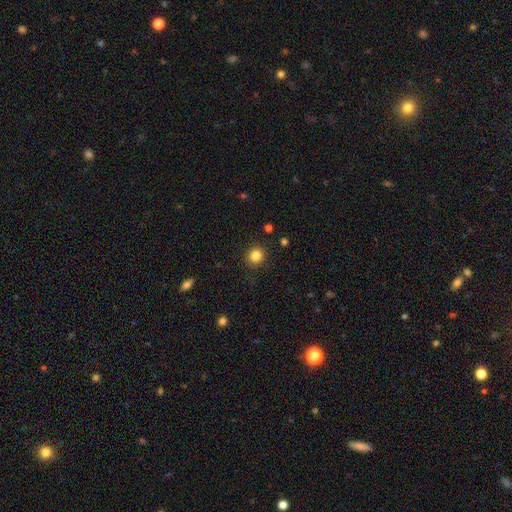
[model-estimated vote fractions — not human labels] Smooth or featured? Predicted: smooth (p=0.84). How rounded? Predicted: round (p=0.85). Merging? Predicted: none (p=0.89).